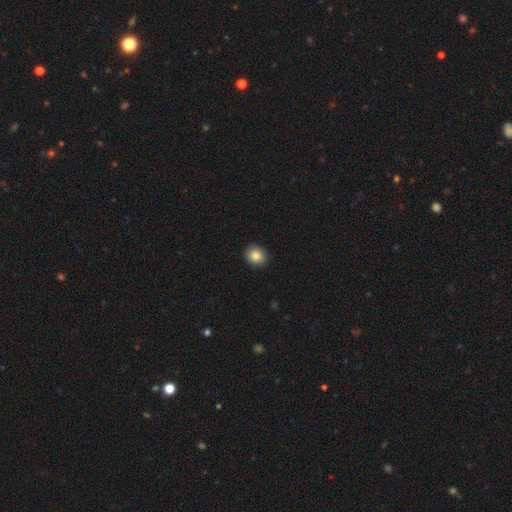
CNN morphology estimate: smooth_or_featured: smooth (p=0.85) [alt: star or artifact p=0.09]
how_rounded: round (p=0.67) [alt: in between p=0.32]
merging: none (p=0.89) [alt: minor disturbance p=0.08]